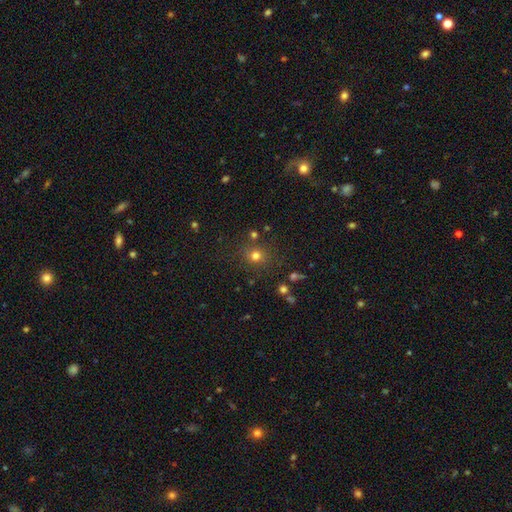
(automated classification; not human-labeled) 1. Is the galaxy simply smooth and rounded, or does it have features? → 75% smooth, 18% star or artifact, 7% featured or disk.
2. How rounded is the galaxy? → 85% round, 14% in between, 1% cigar-shaped.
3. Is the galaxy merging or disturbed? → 80% none, 10% minor disturbance, 5% merger, 4% major disturbance.